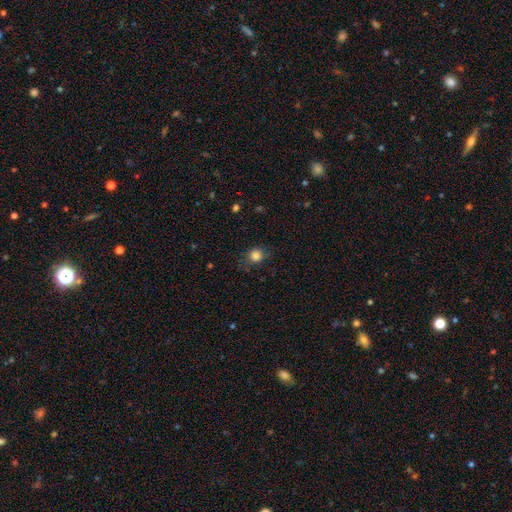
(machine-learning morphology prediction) Overall: smooth (83%). How rounded: round (79%). Merging: none (73%).